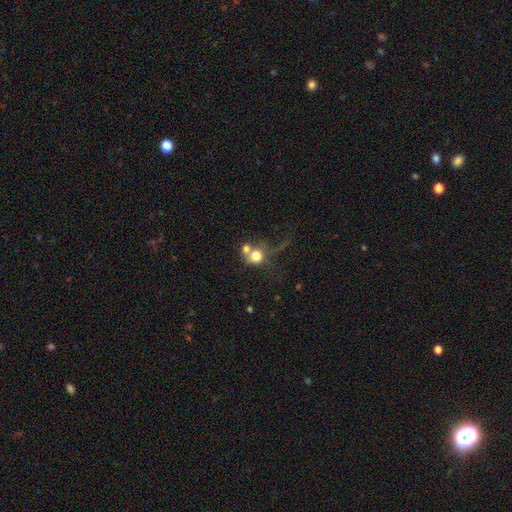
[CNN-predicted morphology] The model was most divided on "merging": merger: 46%, none: 27%, major disturbance: 17%, minor disturbance: 10%. More confident: how rounded — round (77%); smooth or featured — smooth (69%).